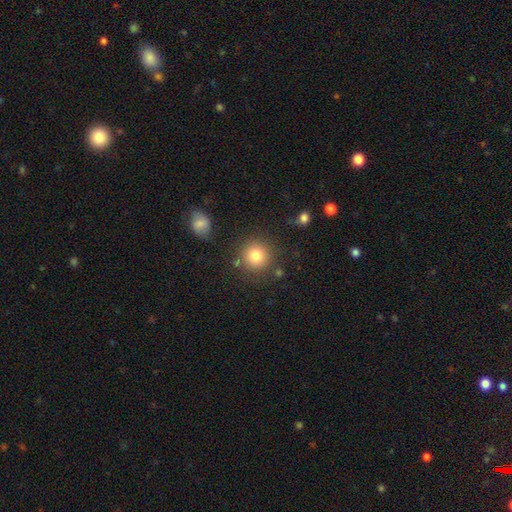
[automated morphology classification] smooth-or-featured: smooth: 82% | star or artifact: 10% | featured or disk: 7%
  how-rounded: round: 93% | in between: 6% | cigar-shaped: 1%
  merging: none: 83% | minor disturbance: 9% | merger: 5% | major disturbance: 4%